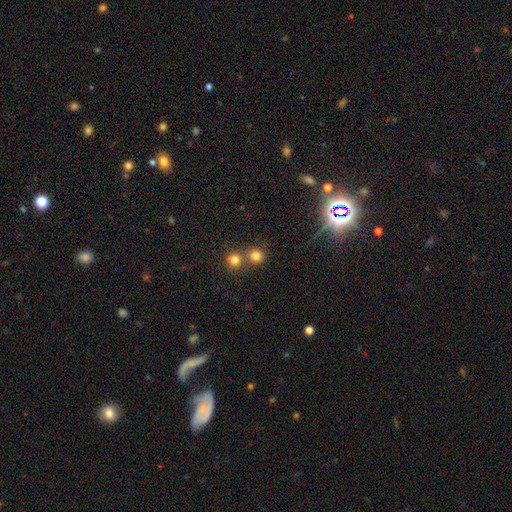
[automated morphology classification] The model was most divided on "merging": none: 60%, merger: 32%, minor disturbance: 6%, major disturbance: 2%. More confident: how rounded — round (90%); smooth or featured — smooth (78%).